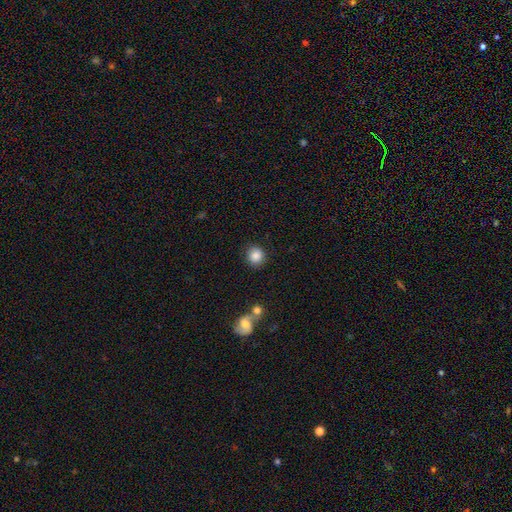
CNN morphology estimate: Smooth or featured: smooth — 86% (star or artifact — 9%)
How rounded: round — 88% (in between — 11%)
Merging: none — 85% (minor disturbance — 9%)